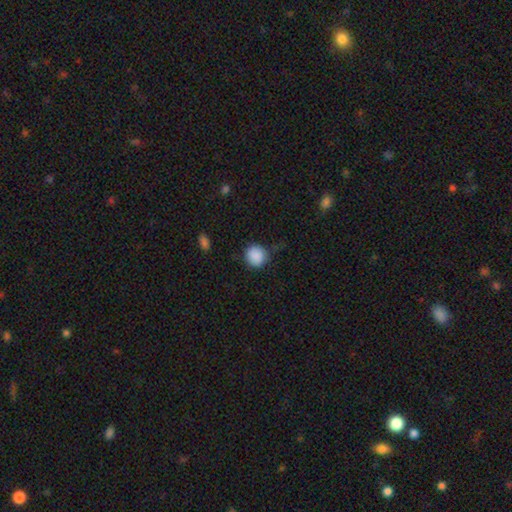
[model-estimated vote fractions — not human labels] smooth_or_featured: smooth (p=0.88) [alt: star or artifact p=0.08]
how_rounded: round (p=0.91) [alt: in between p=0.08]
merging: none (p=0.82) [alt: minor disturbance p=0.13]